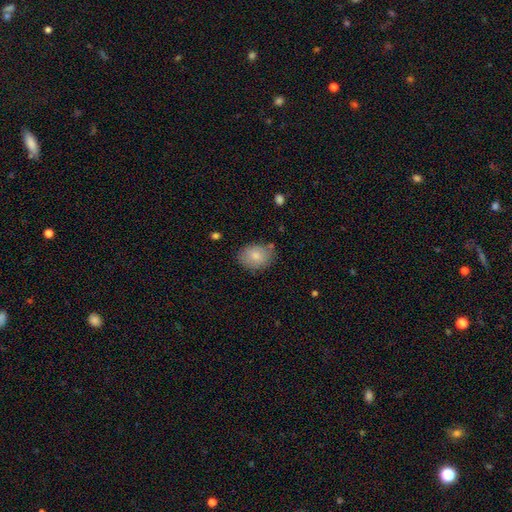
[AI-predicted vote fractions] This appears to be a smooth galaxy with no disk features (80%) that is in between round and cigar-shaped (63%). Merging: none (76%).